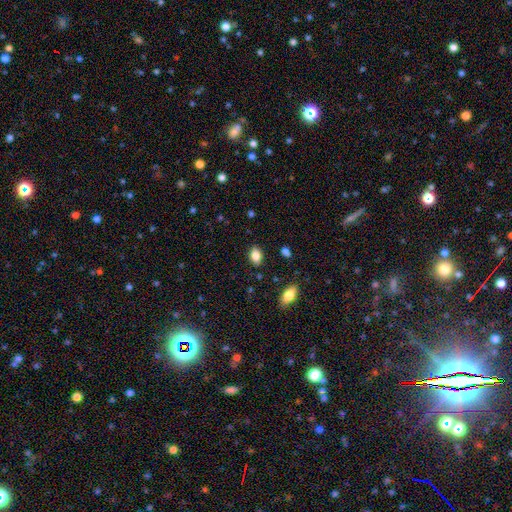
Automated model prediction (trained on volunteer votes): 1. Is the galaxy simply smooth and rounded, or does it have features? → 83% smooth, 9% star or artifact, 8% featured or disk.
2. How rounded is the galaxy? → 83% in between, 15% round, 2% cigar-shaped.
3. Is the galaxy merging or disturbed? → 85% none, 11% minor disturbance, 2% major disturbance, 2% merger.